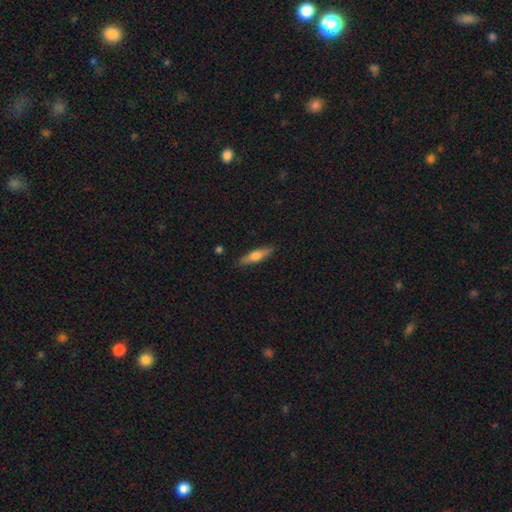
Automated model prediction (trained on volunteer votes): Morphology: type=smooth (57%); roundness=cigar-shaped (70%); merging=none (87%).